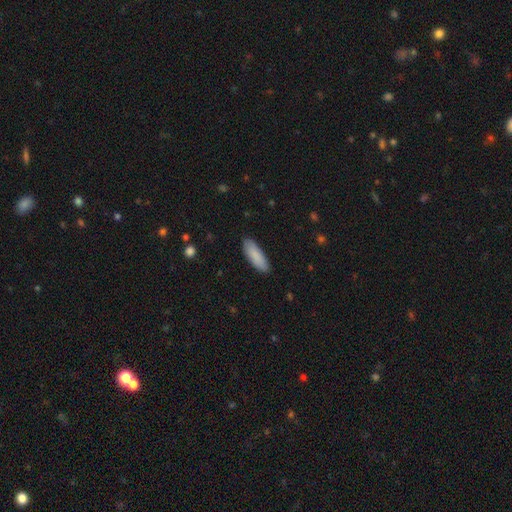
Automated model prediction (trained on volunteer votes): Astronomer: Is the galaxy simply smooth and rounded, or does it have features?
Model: smooth — 88%.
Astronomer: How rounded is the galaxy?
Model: in between — 57% (runner-up: cigar-shaped, 42%).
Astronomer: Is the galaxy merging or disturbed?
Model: none — 88%.